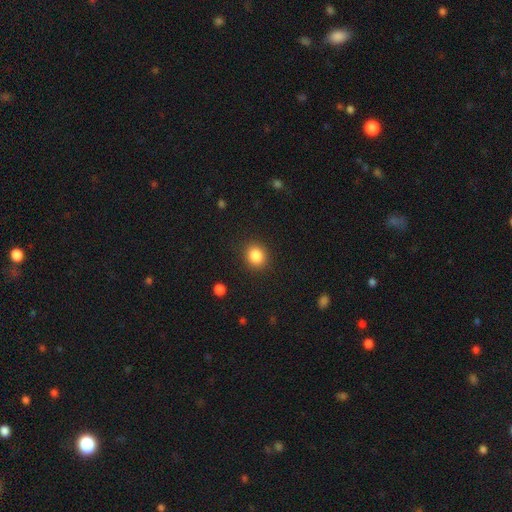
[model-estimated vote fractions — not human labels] Overall: smooth (86%). How rounded: round (76%). Merging: none (89%).